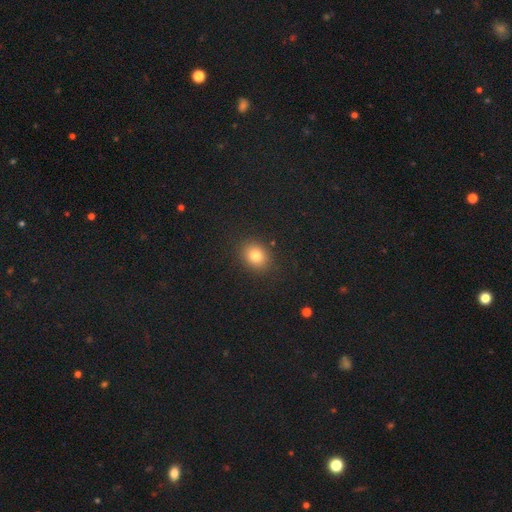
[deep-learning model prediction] Morphology: type=smooth (79%); roundness=round (56%); merging=none (88%).